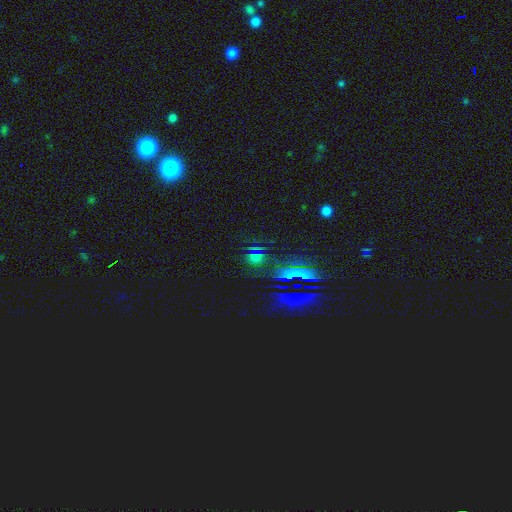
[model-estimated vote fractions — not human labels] smooth-or-featured: star or artifact: 63% | smooth: 27% | featured or disk: 10%